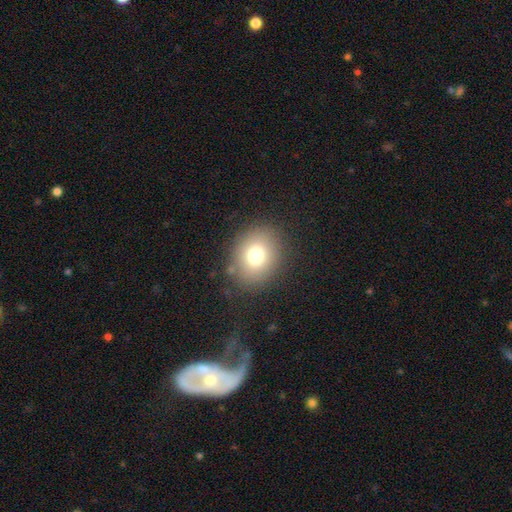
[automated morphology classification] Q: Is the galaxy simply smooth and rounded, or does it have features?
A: smooth — 74%.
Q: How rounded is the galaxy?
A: round — 57%.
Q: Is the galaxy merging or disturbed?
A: none — 84%.